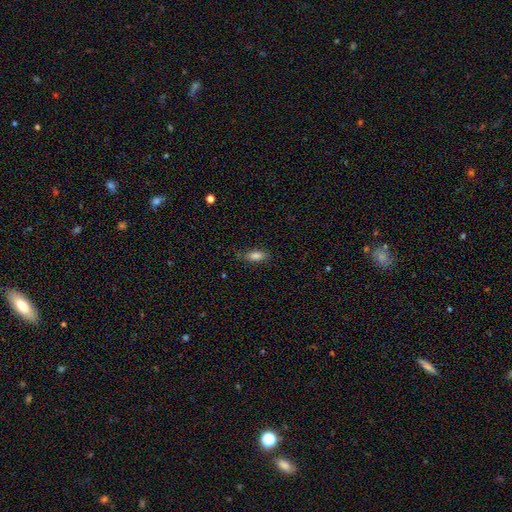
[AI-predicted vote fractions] This is clearly a smooth galaxy (83%). How rounded: likely in between (79%). Merging: likely none (78%).